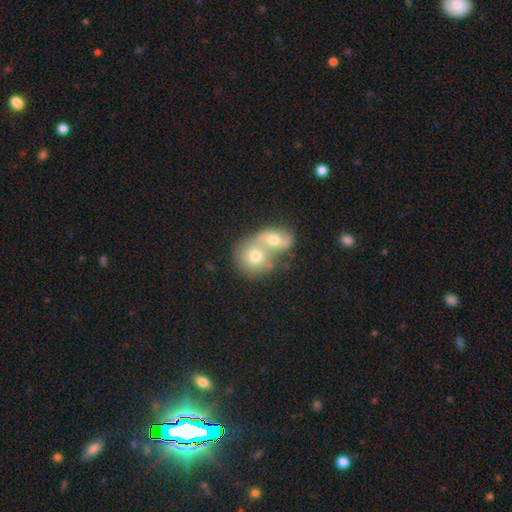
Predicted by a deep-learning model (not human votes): Smooth or featured? smooth (54%)
How rounded? round (69%)
Merging? merger (74%)